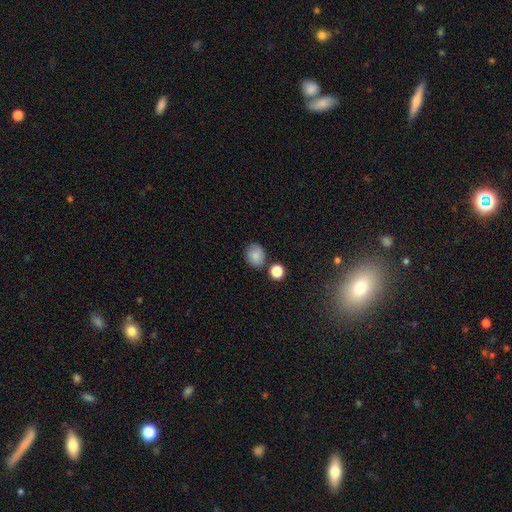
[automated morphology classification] This is clearly a smooth galaxy (80%). How rounded: likely round (72%). Merging: likely none (74%).